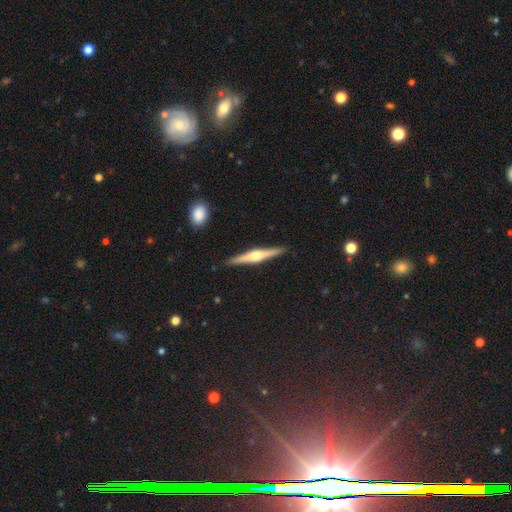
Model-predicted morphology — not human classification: Smooth or featured?
  - featured or disk: 76% *
  - smooth: 19%
  - star or artifact: 5%
Edge-on disk?
  - yes: 98% *
  - no: 2%
Edge-on bulge?
  - rounded: 88% *
  - boxy: 9%
  - none: 3%
Merging?
  - none: 91% *
  - minor disturbance: 7%
  - major disturbance: 1%
  - merger: 1%